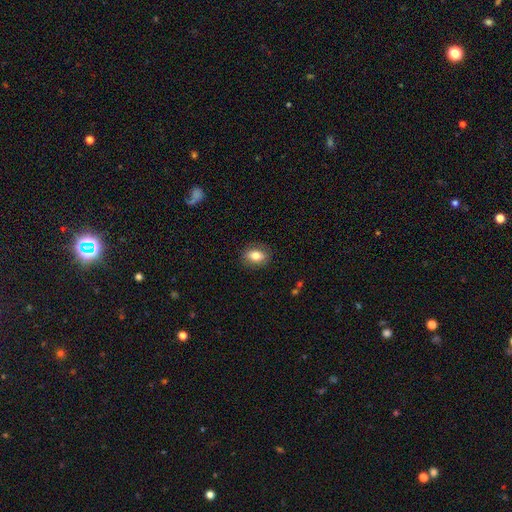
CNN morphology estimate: smooth-or-featured: smooth: 79% | featured or disk: 13% | star or artifact: 8%
  how-rounded: in between: 75% | round: 23% | cigar-shaped: 2%
  merging: none: 85% | minor disturbance: 11% | major disturbance: 3% | merger: 1%